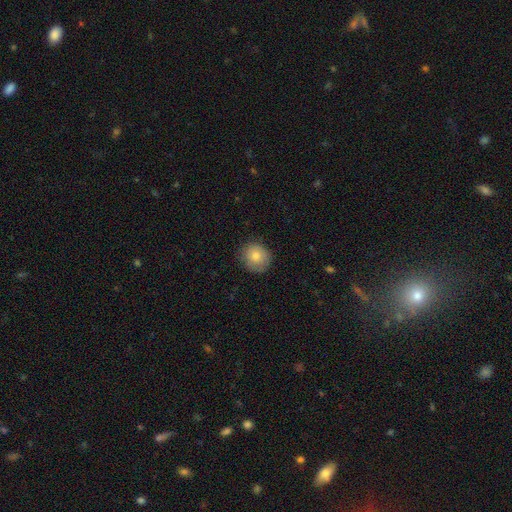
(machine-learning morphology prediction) smooth_or_featured: smooth (p=0.78) [alt: featured or disk p=0.13]
how_rounded: round (p=0.88) [alt: in between p=0.11]
merging: none (p=0.84) [alt: minor disturbance p=0.13]